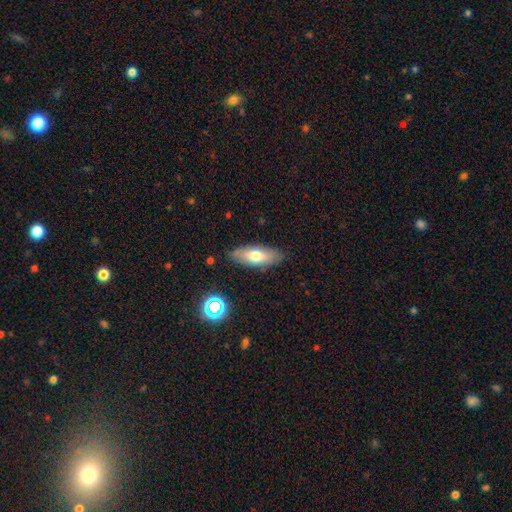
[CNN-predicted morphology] A smooth galaxy with no disk features (65%) that is in between round and cigar-shaped (71%). Merging: none (84%).